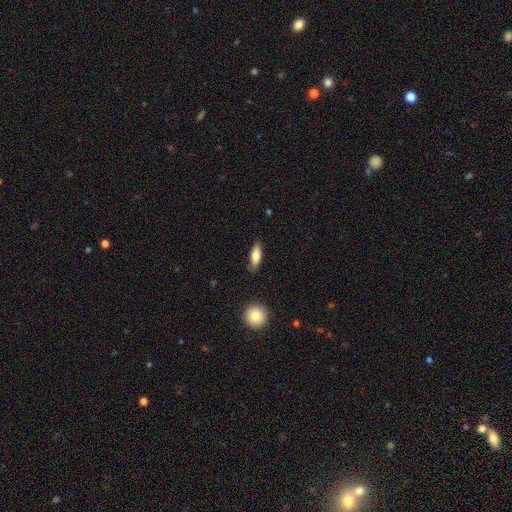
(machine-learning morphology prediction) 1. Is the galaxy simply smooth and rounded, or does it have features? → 76% smooth, 17% featured or disk, 6% star or artifact.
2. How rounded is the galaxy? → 61% in between, 36% cigar-shaped, 3% round.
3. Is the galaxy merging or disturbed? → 81% none, 14% minor disturbance, 3% major disturbance, 2% merger.